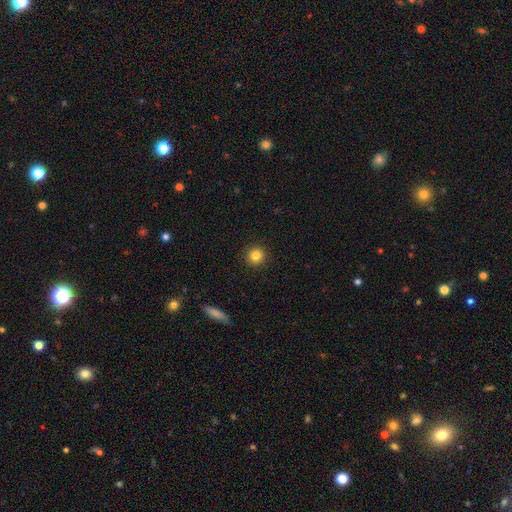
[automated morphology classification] smooth_or_featured: smooth (p=0.84) [alt: star or artifact p=0.11]
how_rounded: round (p=0.95) [alt: in between p=0.04]
merging: none (p=0.92) [alt: minor disturbance p=0.05]